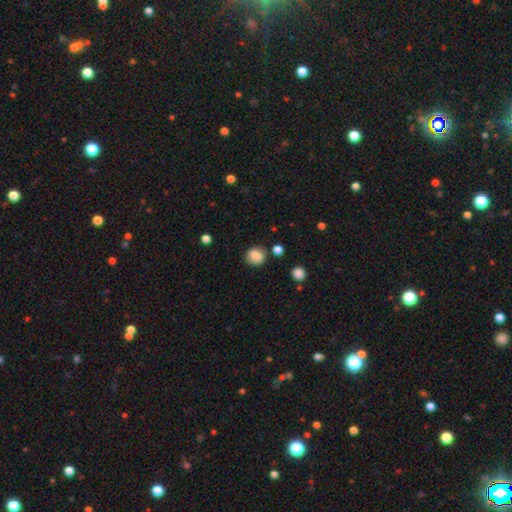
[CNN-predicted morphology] This is clearly a smooth galaxy (85%). How rounded: likely round (70%). Merging: likely none (78%).